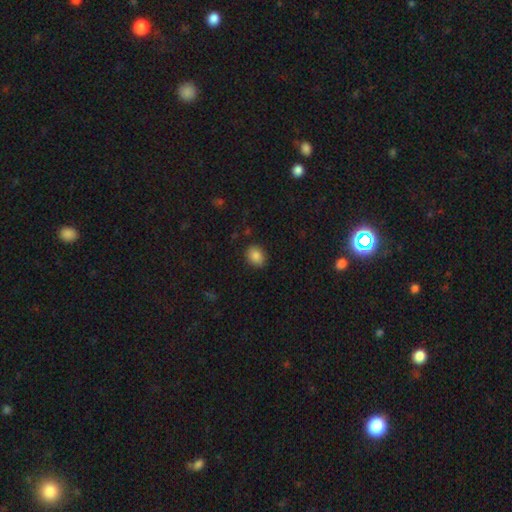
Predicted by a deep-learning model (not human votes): A smooth galaxy with no disk features (86%) that is in between round and cigar-shaped (62%). Merging: none (86%).